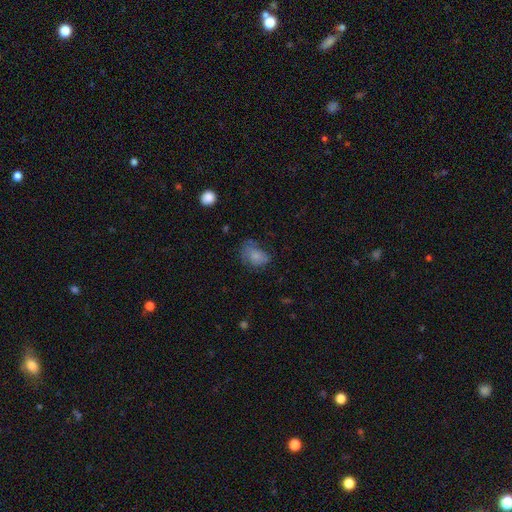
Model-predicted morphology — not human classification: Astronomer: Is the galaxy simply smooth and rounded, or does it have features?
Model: smooth — 76%.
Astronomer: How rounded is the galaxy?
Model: in between — 75%.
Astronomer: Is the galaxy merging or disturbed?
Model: none — 45% (runner-up: minor disturbance, 33%).